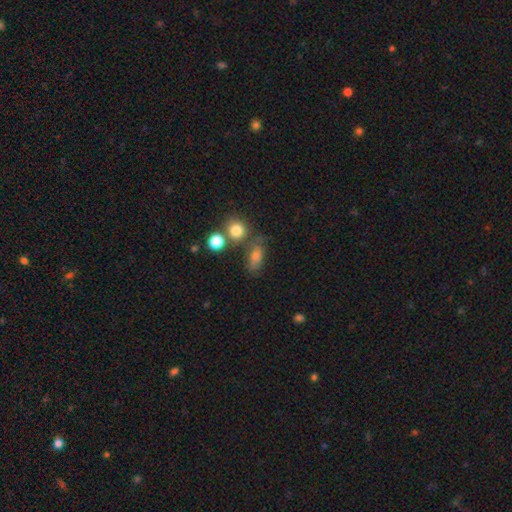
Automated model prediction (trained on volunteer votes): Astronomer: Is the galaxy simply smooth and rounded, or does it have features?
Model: smooth — 72%.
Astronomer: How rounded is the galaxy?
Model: in between — 72%.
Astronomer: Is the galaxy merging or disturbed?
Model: none — 54%.